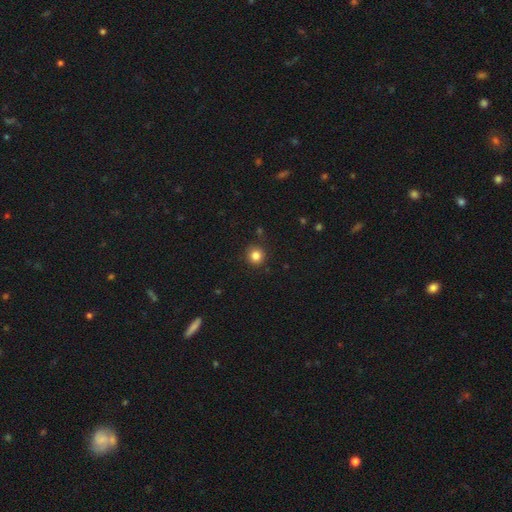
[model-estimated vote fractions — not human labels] Overall: smooth (84%). How rounded: round (93%). Merging: none (88%).